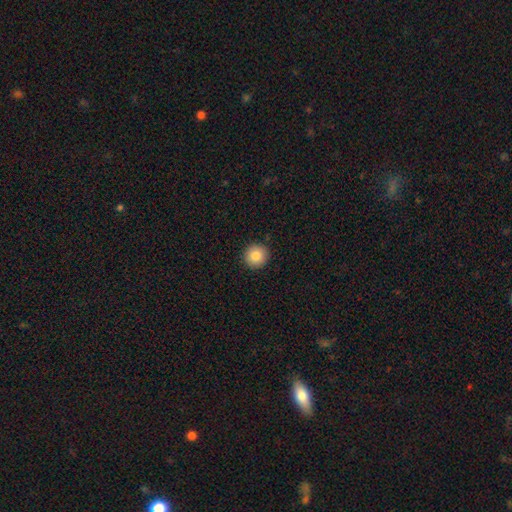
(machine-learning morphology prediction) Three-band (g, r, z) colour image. It shows a smooth galaxy with no disk features (85%) that is round (95%). Merging: none (92%).